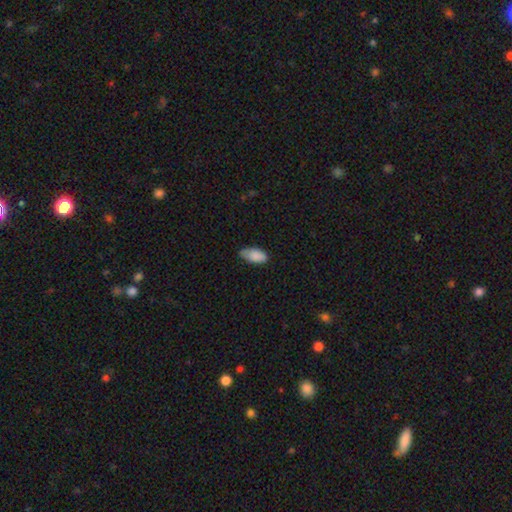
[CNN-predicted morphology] smooth 86%, featured or disk 7%, star or artifact 7%. Down the decision tree: how rounded — in between (92%); merging — none (64%).